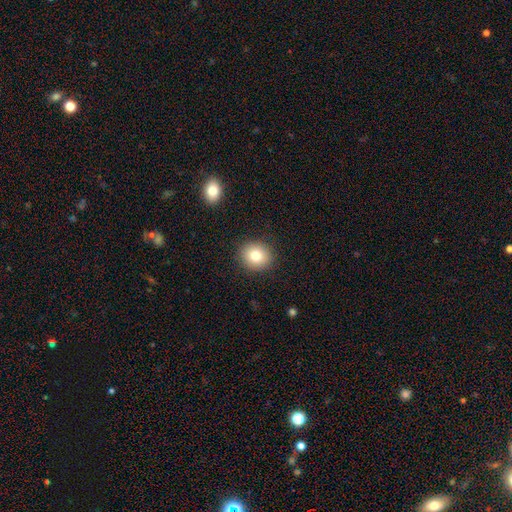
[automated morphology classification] A smooth galaxy with no disk features (79%) that is round (82%).

Vote fractions:
- Smooth or featured? smooth: 79% / featured or disk: 11% / star or artifact: 11%
- How rounded? round: 82% / in between: 17% / cigar-shaped: 1%
- Merging? none: 90% / minor disturbance: 7% / major disturbance: 2% / merger: 1%